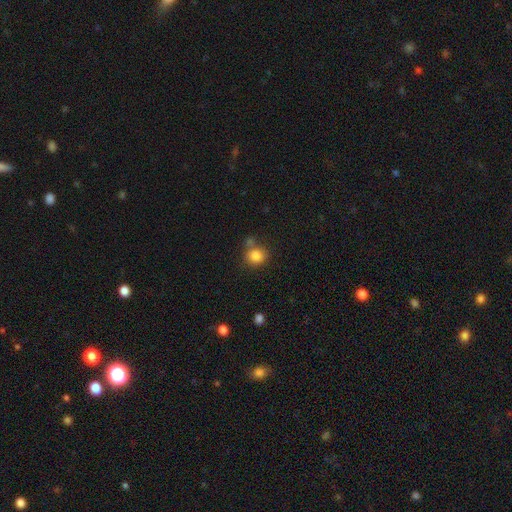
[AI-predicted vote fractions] Smooth or featured?
  - smooth: 84% *
  - star or artifact: 10%
  - featured or disk: 6%
How rounded?
  - round: 83% *
  - in between: 16%
  - cigar-shaped: 1%
Merging?
  - none: 67% *
  - merger: 15%
  - minor disturbance: 14%
  - major disturbance: 4%